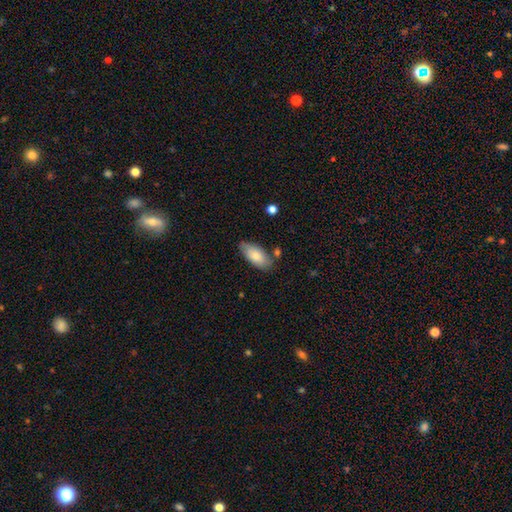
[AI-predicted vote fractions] The model was most divided on "merging": none: 74%, minor disturbance: 18%, merger: 5%, major disturbance: 3%. More confident: how rounded — in between (89%); smooth or featured — smooth (79%).